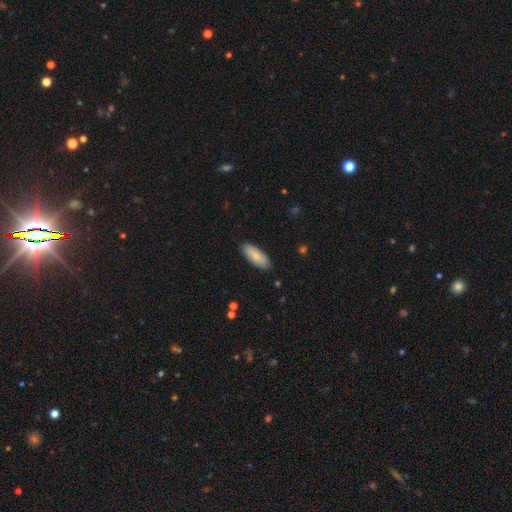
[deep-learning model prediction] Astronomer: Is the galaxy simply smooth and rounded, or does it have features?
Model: smooth — 79%.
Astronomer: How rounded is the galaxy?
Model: in between — 78%.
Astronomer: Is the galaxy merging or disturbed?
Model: none — 87%.